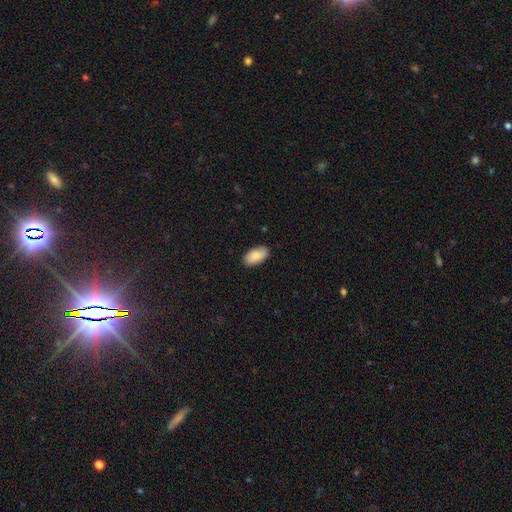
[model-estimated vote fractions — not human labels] Q: Smooth or featured?
A: smooth (87%); runner-up: featured or disk (7%)
Q: How rounded?
A: in between (95%); runner-up: cigar-shaped (3%)
Q: Merging?
A: none (86%); runner-up: minor disturbance (11%)